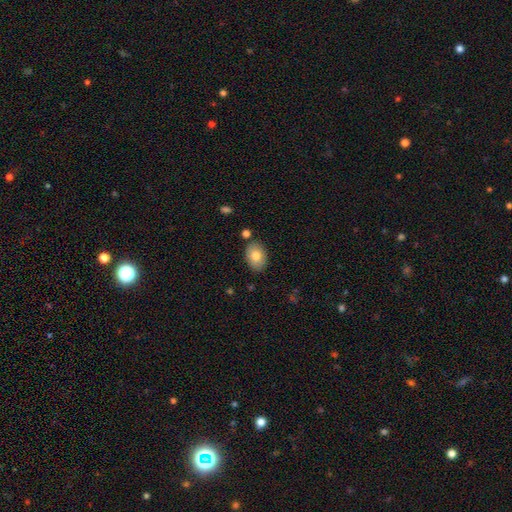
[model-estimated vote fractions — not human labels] smooth_or_featured: smooth (p=0.80) [alt: featured or disk p=0.13]
how_rounded: in between (p=0.83) [alt: round p=0.15]
merging: none (p=0.82) [alt: minor disturbance p=0.12]